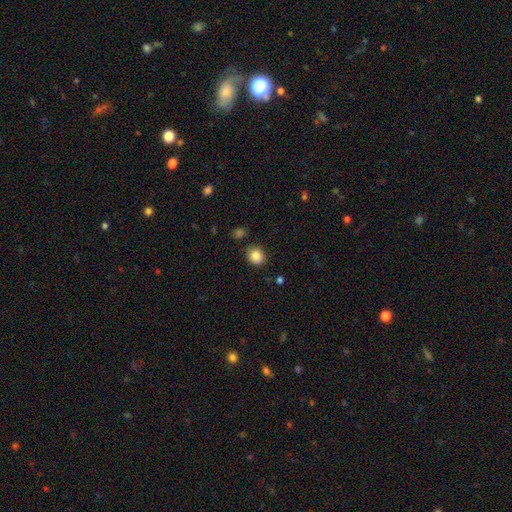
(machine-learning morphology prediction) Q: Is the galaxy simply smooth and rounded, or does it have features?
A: smooth — 85%.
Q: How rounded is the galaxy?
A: round — 73%.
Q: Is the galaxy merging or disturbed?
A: none — 86%.